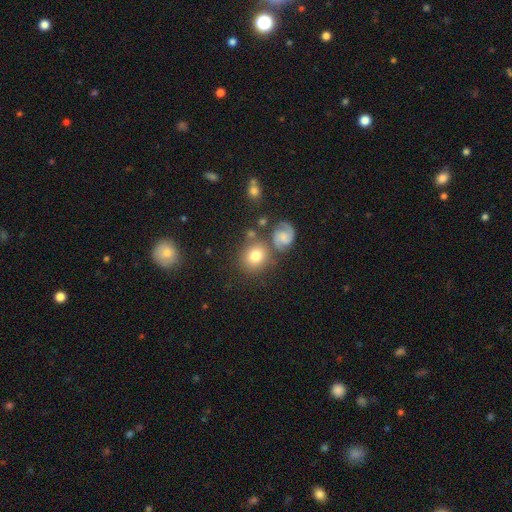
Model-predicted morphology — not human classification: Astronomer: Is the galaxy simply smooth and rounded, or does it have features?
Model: smooth — 70%.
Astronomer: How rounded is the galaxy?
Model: round — 80%.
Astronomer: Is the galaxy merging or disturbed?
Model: none — 67%.